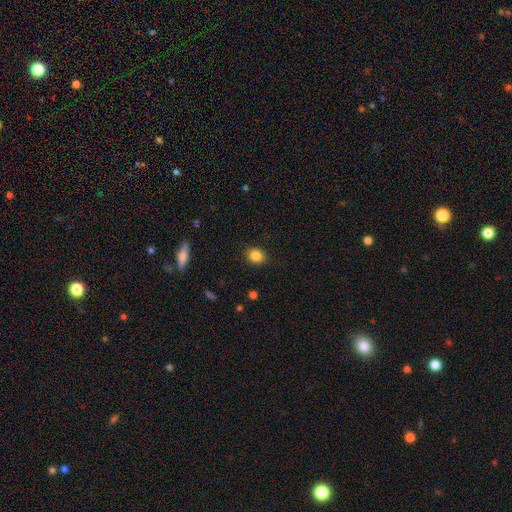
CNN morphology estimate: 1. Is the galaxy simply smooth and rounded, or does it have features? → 85% smooth, 10% star or artifact, 5% featured or disk.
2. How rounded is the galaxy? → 64% round, 34% in between, 1% cigar-shaped.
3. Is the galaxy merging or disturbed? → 89% none, 8% minor disturbance, 2% major disturbance, 1% merger.